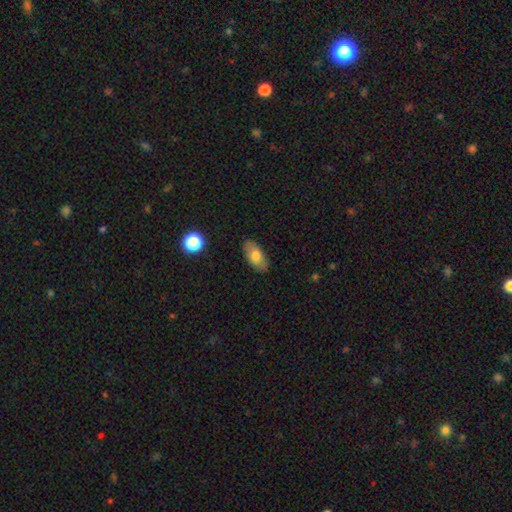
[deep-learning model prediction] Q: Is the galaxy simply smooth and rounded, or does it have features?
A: smooth — 74%.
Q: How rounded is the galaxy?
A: in between — 91%.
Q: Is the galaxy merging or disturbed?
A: none — 84%.